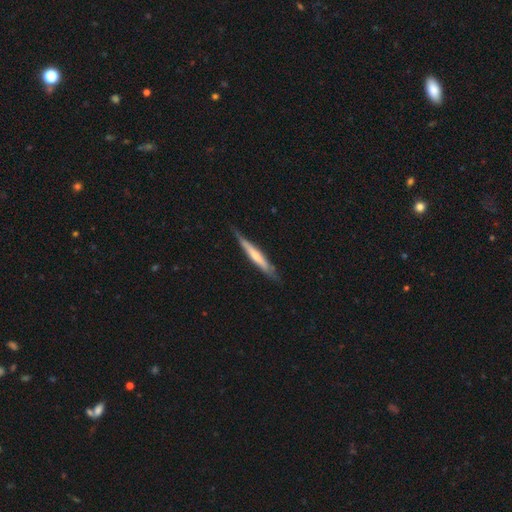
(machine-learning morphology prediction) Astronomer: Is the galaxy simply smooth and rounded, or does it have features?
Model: featured or disk — 49% (runner-up: smooth, 46%).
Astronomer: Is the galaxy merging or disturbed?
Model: none — 75%.